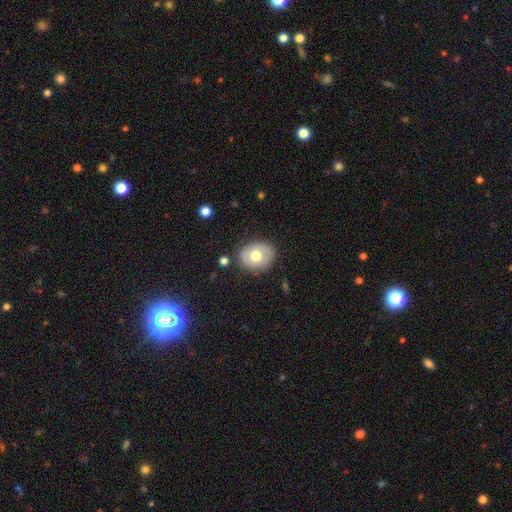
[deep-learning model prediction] This appears to be a smooth galaxy with no disk features (64%) that is round (55%). Merging: none (81%).